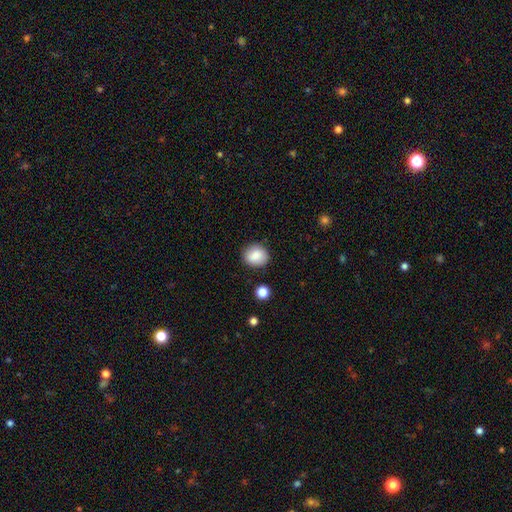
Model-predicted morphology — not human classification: The model was most divided on "how rounded": round: 69%, in between: 30%, cigar-shaped: 1%. More confident: smooth or featured — smooth (86%); merging — none (84%).